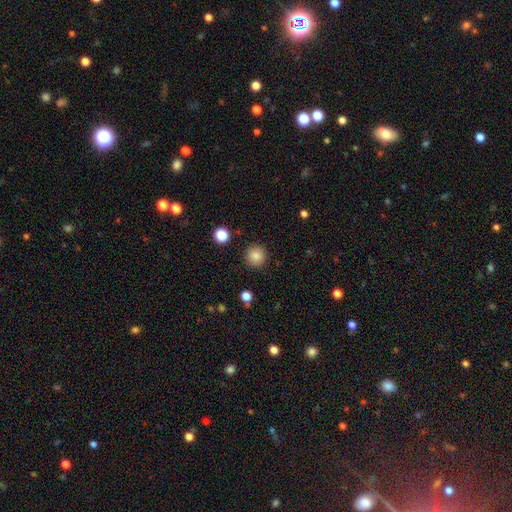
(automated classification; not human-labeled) The model was most divided on "smooth or featured": smooth: 85%, star or artifact: 10%, featured or disk: 5%. More confident: how rounded — round (95%); merging — none (91%).